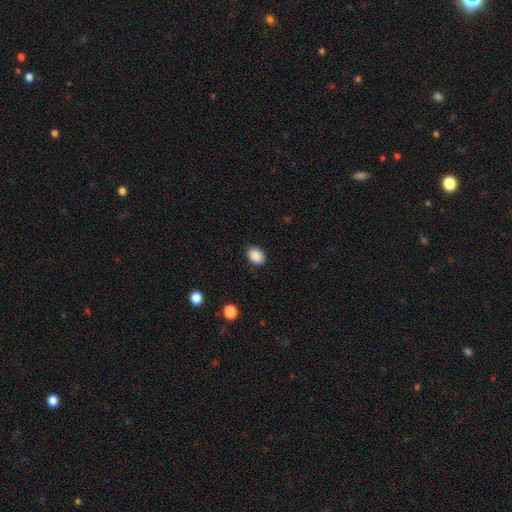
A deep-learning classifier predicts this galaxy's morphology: This appears to be a smooth galaxy with no disk features (89%) that is in between round and cigar-shaped (70%). Merging: none (88%).